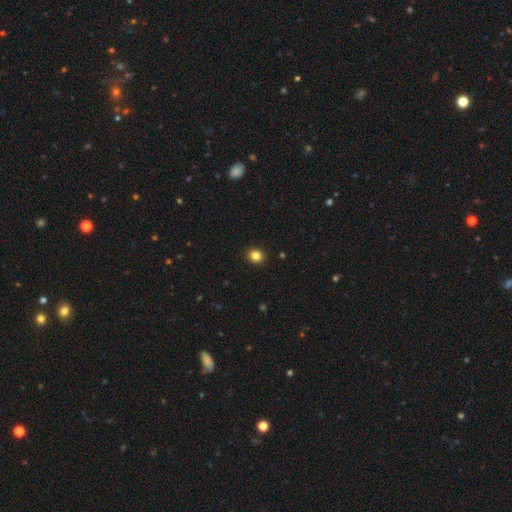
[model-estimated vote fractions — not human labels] Smooth or featured?
  - smooth: 84% *
  - star or artifact: 11%
  - featured or disk: 5%
How rounded?
  - round: 73% *
  - in between: 26%
  - cigar-shaped: 1%
Merging?
  - none: 92% *
  - minor disturbance: 5%
  - major disturbance: 2%
  - merger: 1%